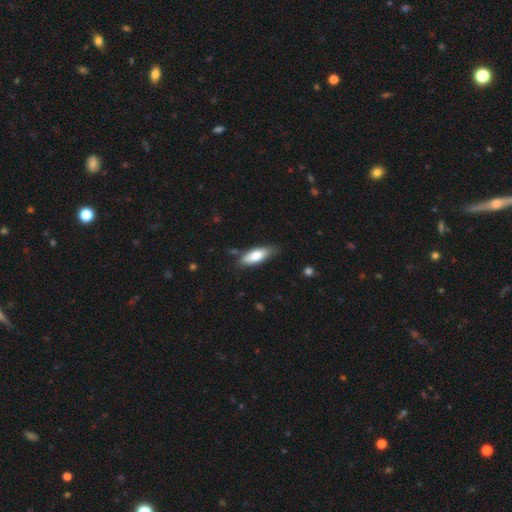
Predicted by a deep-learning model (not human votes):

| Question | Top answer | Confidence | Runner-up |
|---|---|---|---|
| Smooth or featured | smooth | 73% | featured or disk (21%) |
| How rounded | in between | 68% | cigar-shaped (30%) |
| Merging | none | 72% | minor disturbance (21%) |